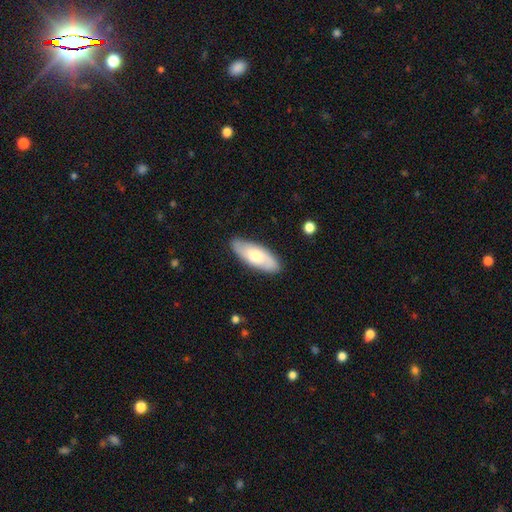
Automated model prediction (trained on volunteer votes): Overall: smooth (56%; featured or disk 38%). How rounded: in between (76%). Merging: none (87%).